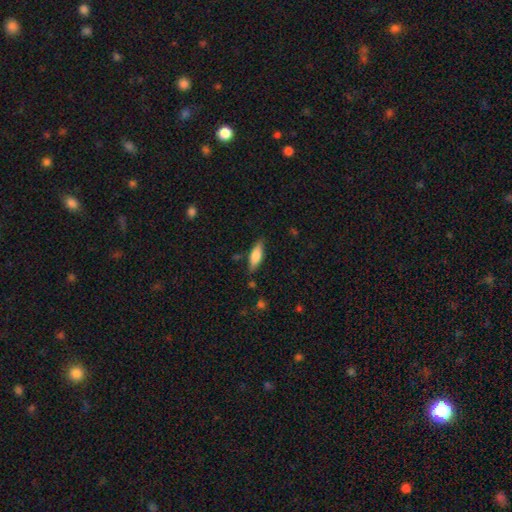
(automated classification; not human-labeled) The model was most divided on "how rounded": in between: 57%, cigar-shaped: 41%, round: 2%. More confident: merging — none (81%); smooth or featured — smooth (69%).